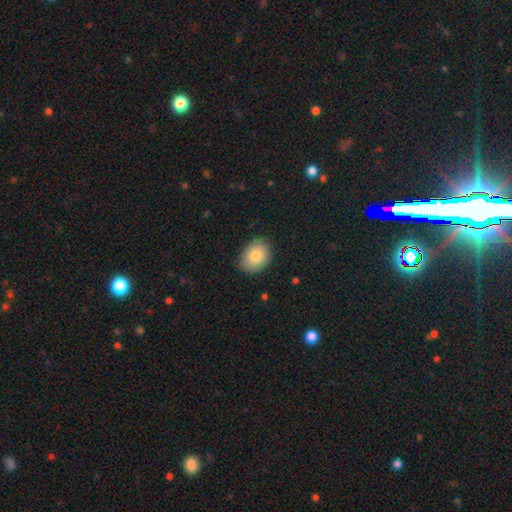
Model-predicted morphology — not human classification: The model was most divided on "how rounded": in between: 70%, round: 30%, cigar-shaped: 1%. More confident: merging — none (84%); smooth or featured — smooth (83%).